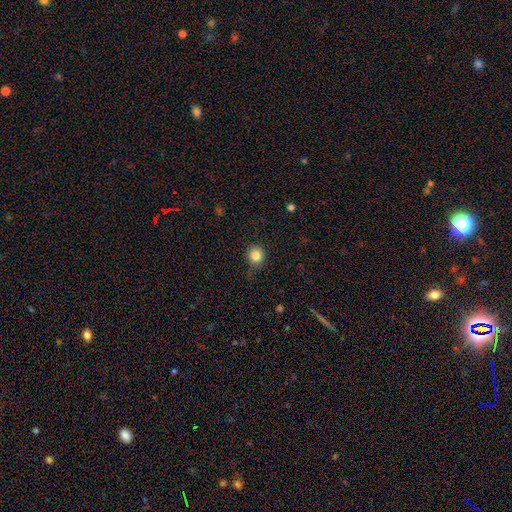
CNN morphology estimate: Smooth or featured? Predicted: smooth (p=0.84). How rounded? Predicted: round (p=0.92). Merging? Predicted: none (p=0.82).